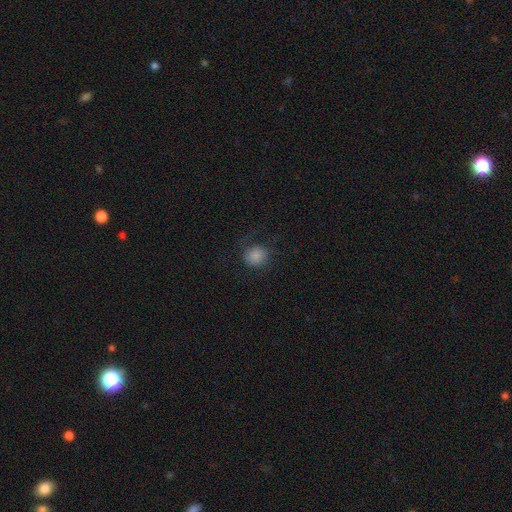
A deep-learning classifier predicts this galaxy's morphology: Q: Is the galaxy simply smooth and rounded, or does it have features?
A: smooth — 80%.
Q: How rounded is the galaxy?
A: round — 81%.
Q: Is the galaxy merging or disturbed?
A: none — 65%.